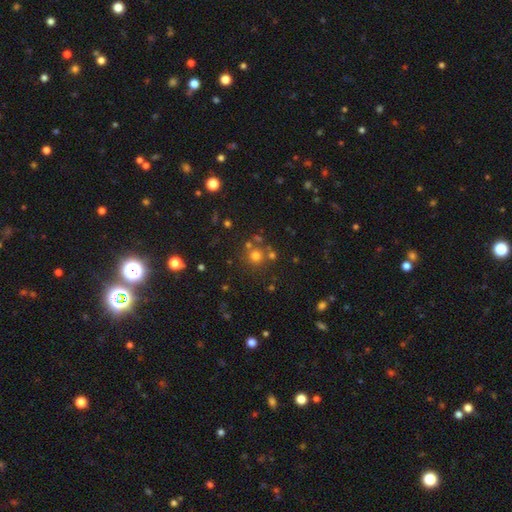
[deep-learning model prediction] Overall: smooth (68%). How rounded: round (92%). Merging: none (74%).